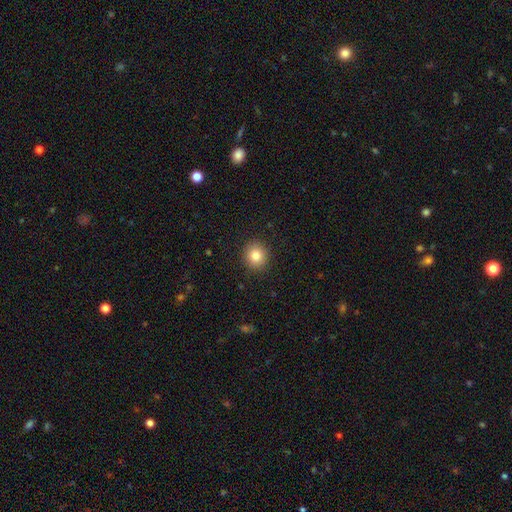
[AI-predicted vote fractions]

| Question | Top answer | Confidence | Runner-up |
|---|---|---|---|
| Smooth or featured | smooth | 82% | star or artifact (11%) |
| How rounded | round | 89% | in between (10%) |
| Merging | none | 91% | minor disturbance (6%) |